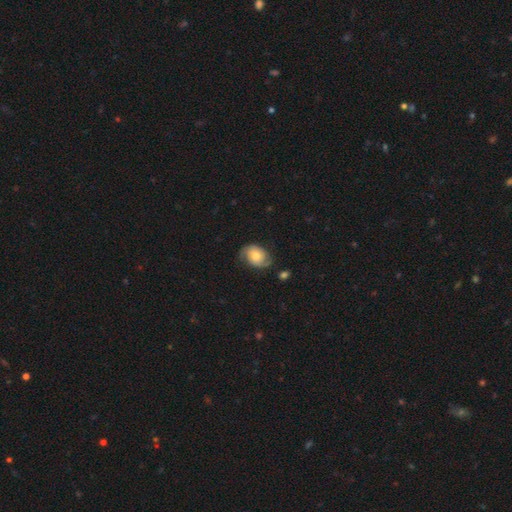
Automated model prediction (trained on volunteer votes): Smooth or featured: featured or disk — 51% (smooth — 41%)
Edge-on disk: no — 97% (yes — 3%)
Merging: none — 66% (minor disturbance — 23%)